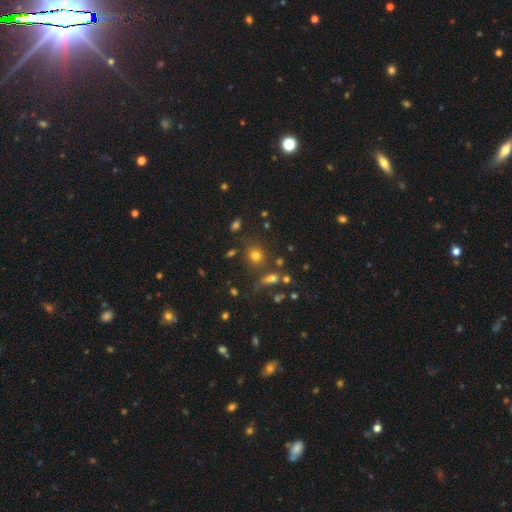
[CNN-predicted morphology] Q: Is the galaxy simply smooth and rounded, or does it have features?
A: smooth — 70%.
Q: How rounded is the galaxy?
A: round — 78%.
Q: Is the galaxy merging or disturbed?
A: none — 75%.